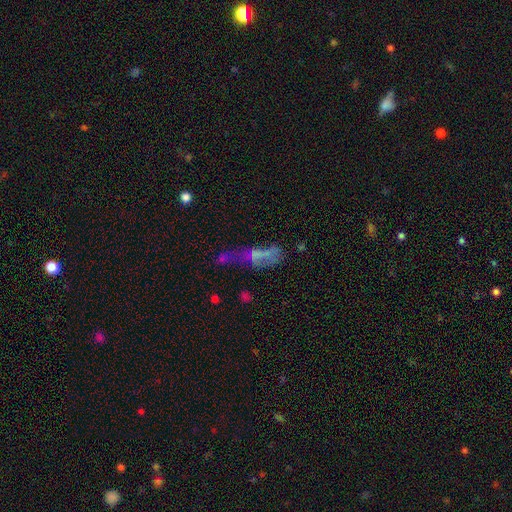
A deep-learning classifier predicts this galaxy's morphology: Smooth or featured? Predicted: featured or disk (p=0.43). Merging? Predicted: none (p=0.43).